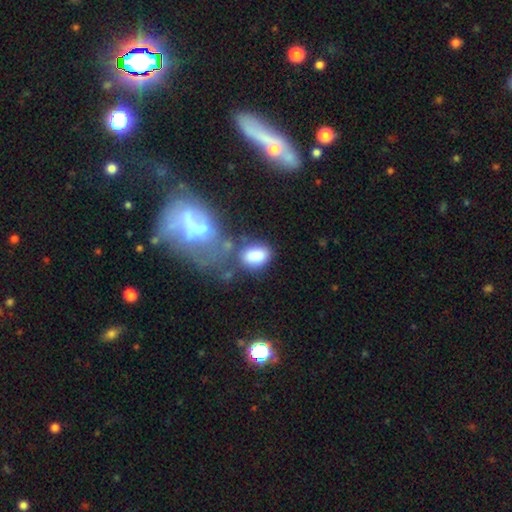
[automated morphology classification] smooth_or_featured: smooth (p=0.81) [alt: featured or disk p=0.11]
how_rounded: in between (p=0.81) [alt: round p=0.17]
merging: none (p=0.48) [alt: merger p=0.24]